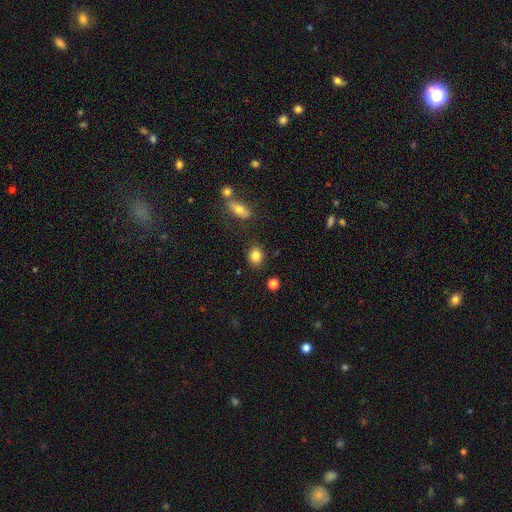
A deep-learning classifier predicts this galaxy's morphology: The model was most divided on "how rounded": round: 57%, in between: 41%, cigar-shaped: 1%. More confident: merging — none (84%); smooth or featured — smooth (84%).